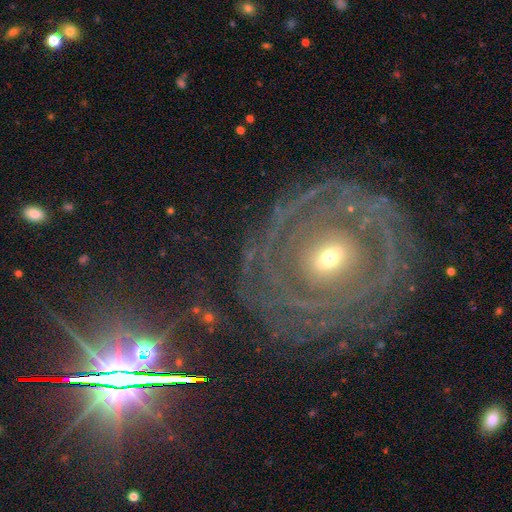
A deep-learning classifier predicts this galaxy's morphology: Overall: featured or disk (78%). Edge-on disk: no (95%). Bar: no (61%; weak 25%). Spiral arms: yes (78%). Spiral arm count: can't tell (46%; 2 17%). Spiral winding: tight (79%). Bulge size: moderate (47%; small 46%). Merging: none (78%).